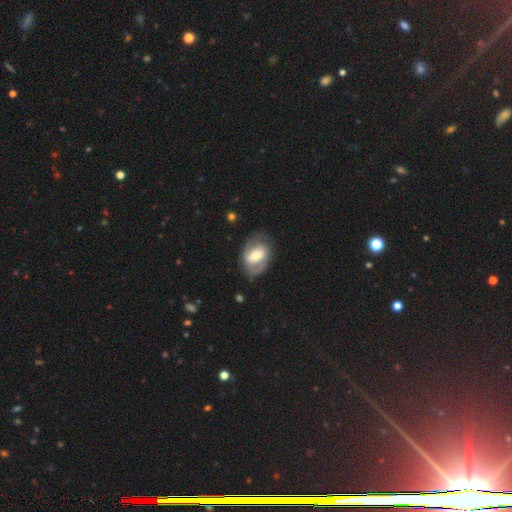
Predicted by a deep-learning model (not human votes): Q: Smooth or featured?
A: featured or disk (60%); runner-up: smooth (34%)
Q: Edge-on disk?
A: no (95%); runner-up: yes (5%)
Q: Bar?
A: weak (39%); runner-up: strong (31%)
Q: Spiral arms?
A: yes (69%); runner-up: no (31%)
Q: Bulge size?
A: moderate (57%); runner-up: small (25%)
Q: Merging?
A: none (72%); runner-up: minor disturbance (17%)